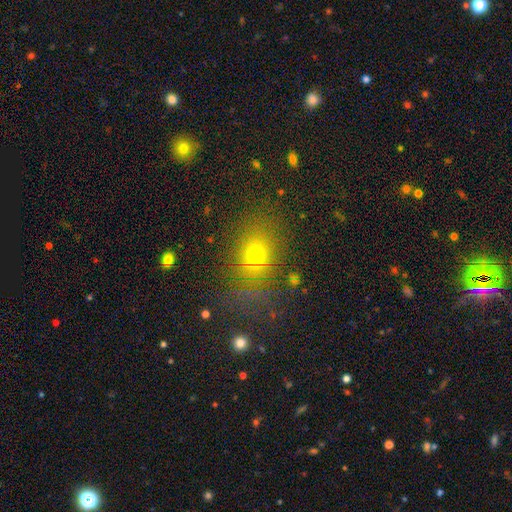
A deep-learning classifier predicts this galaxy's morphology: This appears to be a smooth galaxy with no disk features (66%) that is in between round and cigar-shaped (56%). Merging: none (67%).